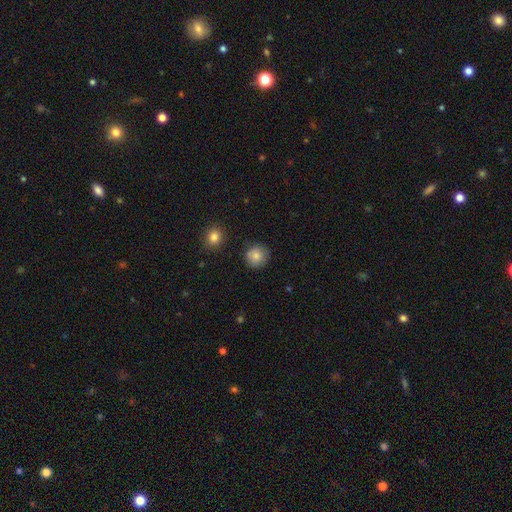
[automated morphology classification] This is clearly a smooth galaxy (84%). How rounded: clearly round (92%). Merging: clearly none (86%).